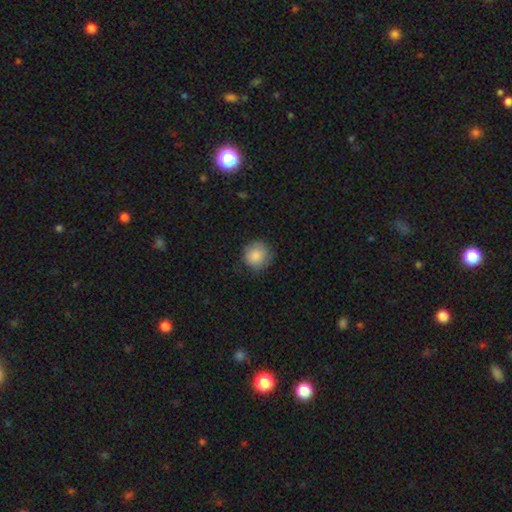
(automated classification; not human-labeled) smooth 87%, star or artifact 7%, featured or disk 6%. Down the decision tree: how rounded — round (87%); merging — none (77%).